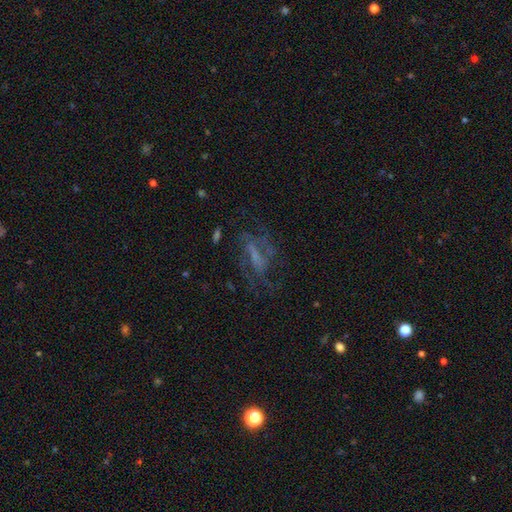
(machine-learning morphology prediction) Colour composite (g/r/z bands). It shows a featured or disk galaxy (62%) with no bar (36%, tied with weak), spiral arms (71%) and no central bulge (52%). Merging: none (52%).